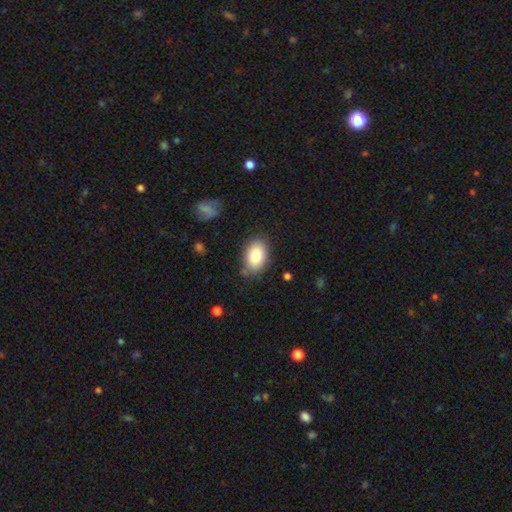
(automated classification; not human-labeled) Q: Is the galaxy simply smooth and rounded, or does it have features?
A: smooth — 84%.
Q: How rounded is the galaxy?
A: in between — 88%.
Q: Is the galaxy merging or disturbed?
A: none — 80%.